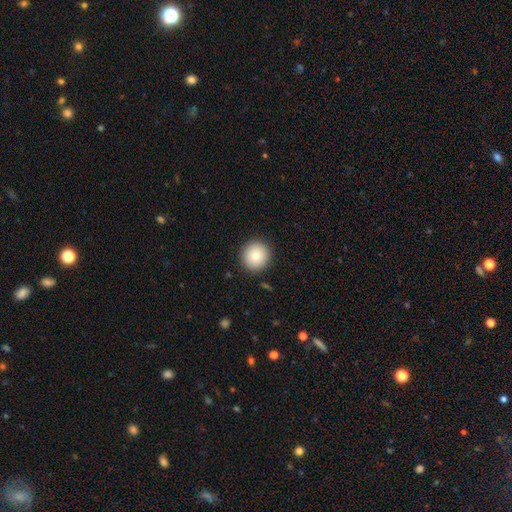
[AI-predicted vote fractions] Q: Smooth or featured?
A: smooth (88%); runner-up: star or artifact (8%)
Q: How rounded?
A: round (93%); runner-up: in between (6%)
Q: Merging?
A: none (92%); runner-up: minor disturbance (6%)